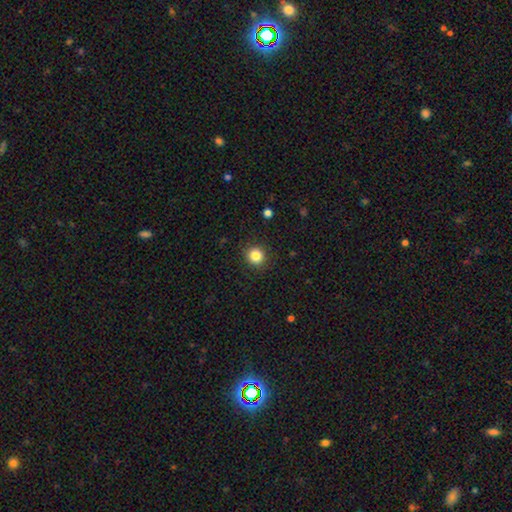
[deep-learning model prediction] Smooth or featured?
  - smooth: 84% *
  - star or artifact: 11%
  - featured or disk: 5%
How rounded?
  - round: 92% *
  - in between: 7%
  - cigar-shaped: 1%
Merging?
  - none: 91% *
  - minor disturbance: 6%
  - major disturbance: 2%
  - merger: 1%